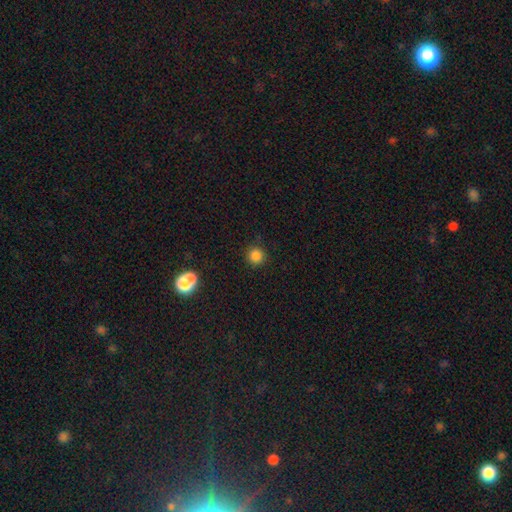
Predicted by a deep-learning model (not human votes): A smooth galaxy with no disk features (84%) that is round (94%).

Vote fractions:
- Smooth or featured? smooth: 84% / star or artifact: 12% / featured or disk: 4%
- How rounded? round: 94% / in between: 5% / cigar-shaped: 1%
- Merging? none: 90% / minor disturbance: 7% / major disturbance: 2% / merger: 2%